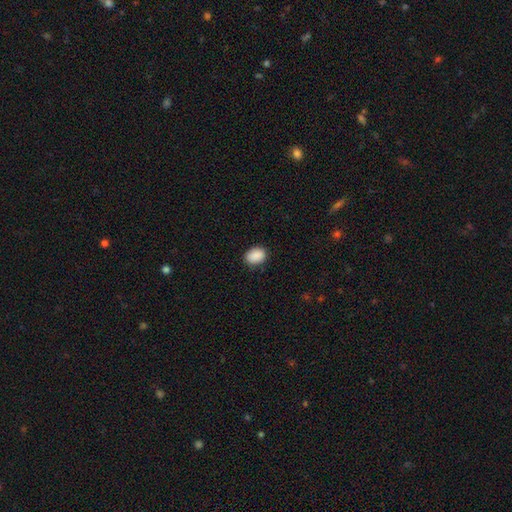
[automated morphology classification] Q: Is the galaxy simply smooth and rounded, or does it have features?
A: smooth — 90%.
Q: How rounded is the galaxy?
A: in between — 71%.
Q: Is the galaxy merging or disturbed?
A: none — 86%.